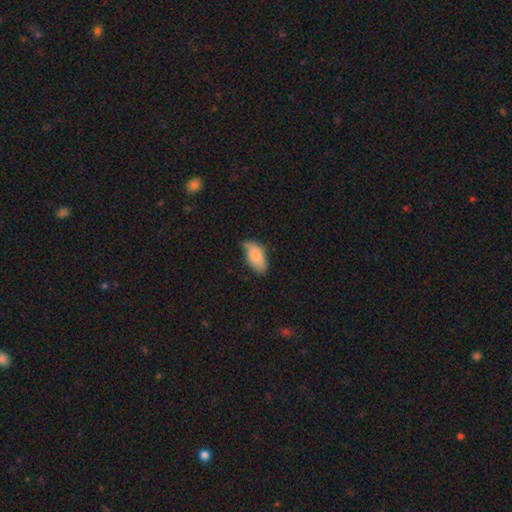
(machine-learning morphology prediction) Smooth or featured? smooth (84%)
How rounded? in between (94%)
Merging? none (56%)